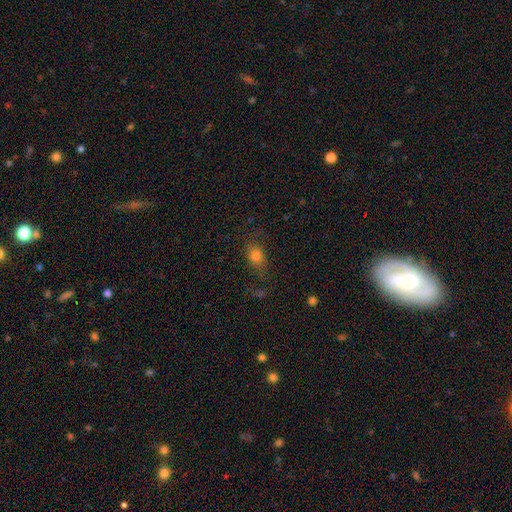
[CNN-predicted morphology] smooth 73%, star or artifact 15%, featured or disk 12%. Down the decision tree: how rounded — in between (64%); merging — none (64%).